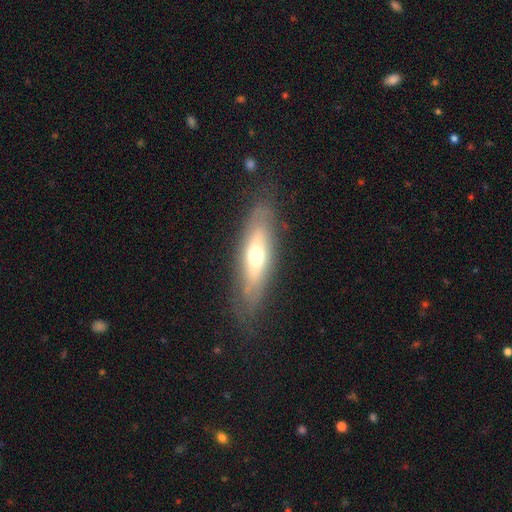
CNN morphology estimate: This is possibly a smooth galaxy (48%). Merging: likely none (76%).